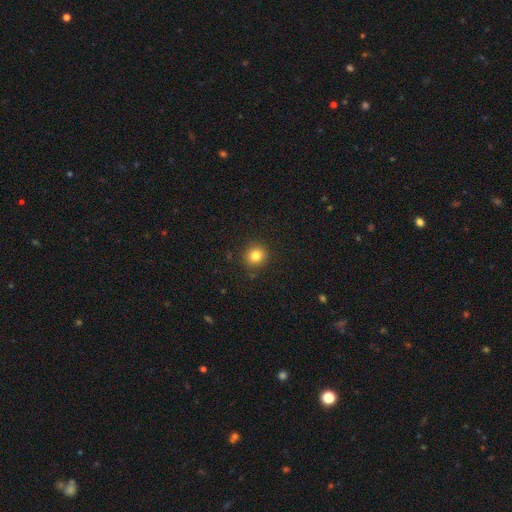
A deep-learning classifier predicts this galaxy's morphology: Smooth or featured?
  - smooth: 82% *
  - star or artifact: 12%
  - featured or disk: 6%
How rounded?
  - round: 90% *
  - in between: 9%
  - cigar-shaped: 1%
Merging?
  - none: 89% *
  - minor disturbance: 8%
  - major disturbance: 2%
  - merger: 1%